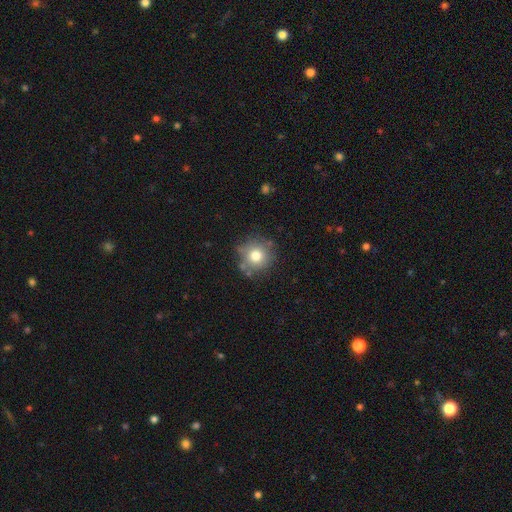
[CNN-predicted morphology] Smooth or featured?
  - smooth: 76% *
  - featured or disk: 13%
  - star or artifact: 11%
How rounded?
  - round: 93% *
  - in between: 7%
  - cigar-shaped: 1%
Merging?
  - none: 77% *
  - minor disturbance: 14%
  - merger: 5%
  - major disturbance: 4%